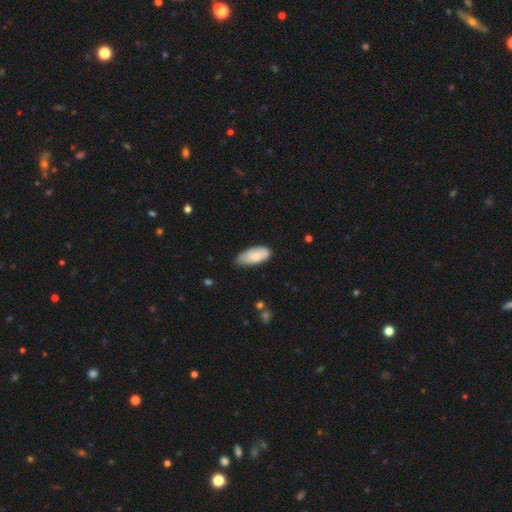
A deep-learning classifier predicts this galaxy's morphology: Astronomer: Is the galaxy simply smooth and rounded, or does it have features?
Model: smooth — 80%.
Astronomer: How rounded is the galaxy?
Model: in between — 88%.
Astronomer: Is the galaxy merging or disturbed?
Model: none — 67%.